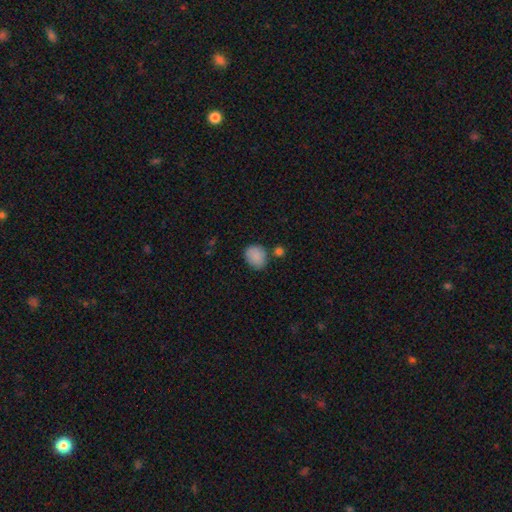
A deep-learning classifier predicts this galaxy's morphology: Smooth or featured? smooth (87%)
How rounded? round (50%, tied with in between)
Merging? none (69%)